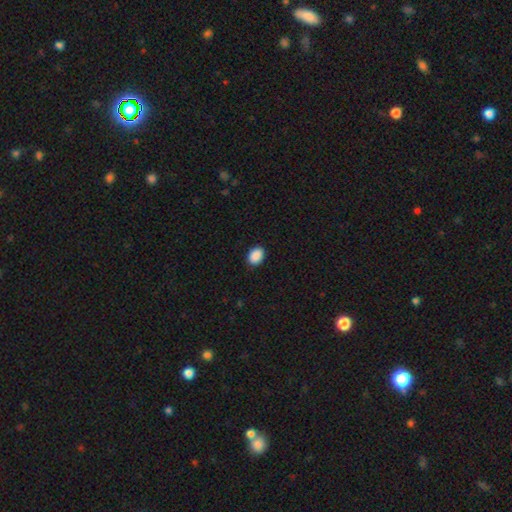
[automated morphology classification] Smooth or featured: smooth — 90% (star or artifact — 7%)
How rounded: in between — 75% (round — 24%)
Merging: none — 90% (minor disturbance — 8%)